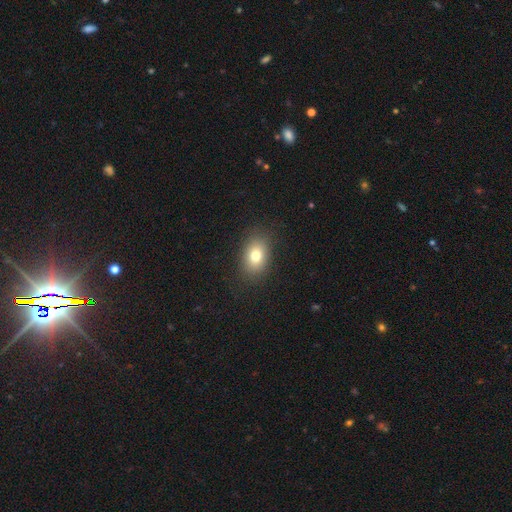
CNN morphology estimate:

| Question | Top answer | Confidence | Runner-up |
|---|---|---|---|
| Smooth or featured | smooth | 78% | featured or disk (11%) |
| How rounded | in between | 77% | round (22%) |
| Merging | none | 87% | minor disturbance (9%) |